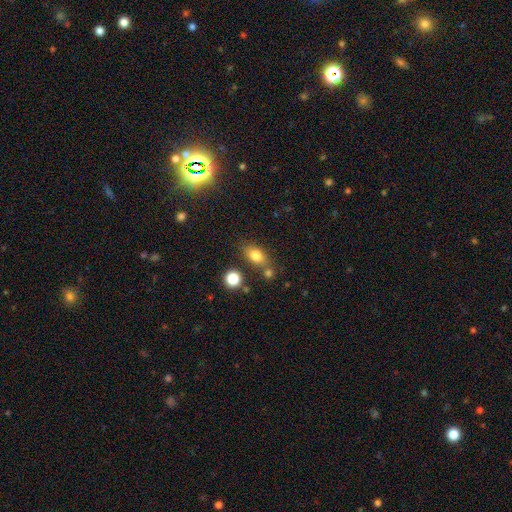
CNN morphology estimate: Smooth or featured? smooth (79%)
How rounded? in between (77%)
Merging? none (64%)